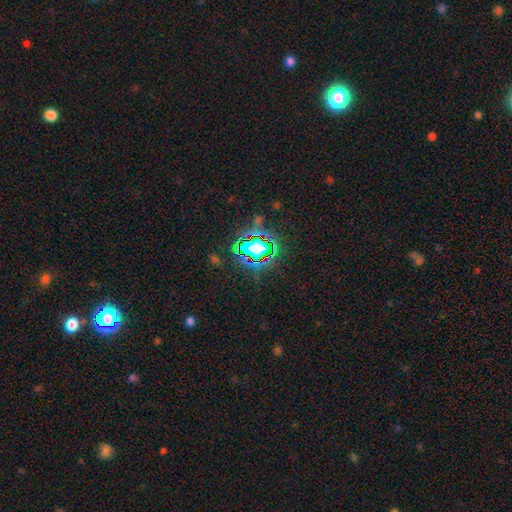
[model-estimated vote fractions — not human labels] Morphology: type=star or artifact (81%).